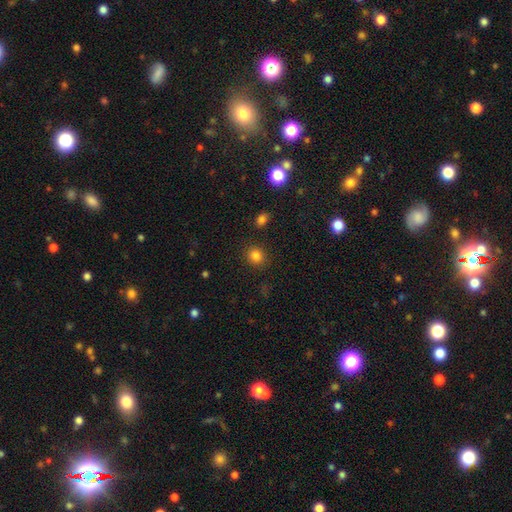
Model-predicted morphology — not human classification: A smooth galaxy with no disk features (83%) that is round (79%). Merging: none (87%).